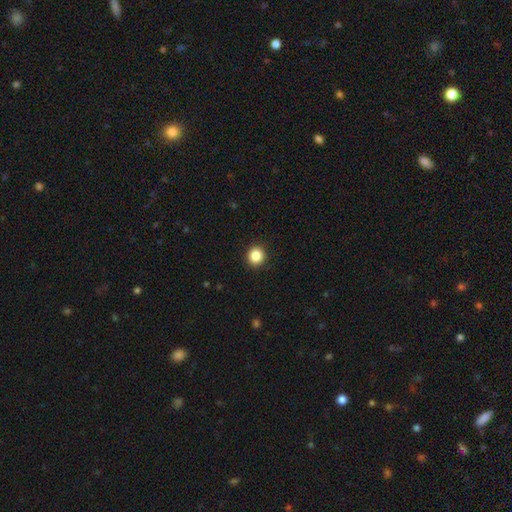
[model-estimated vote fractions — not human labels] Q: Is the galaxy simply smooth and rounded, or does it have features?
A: smooth — 86%.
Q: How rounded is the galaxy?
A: round — 92%.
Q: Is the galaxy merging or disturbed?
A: none — 93%.